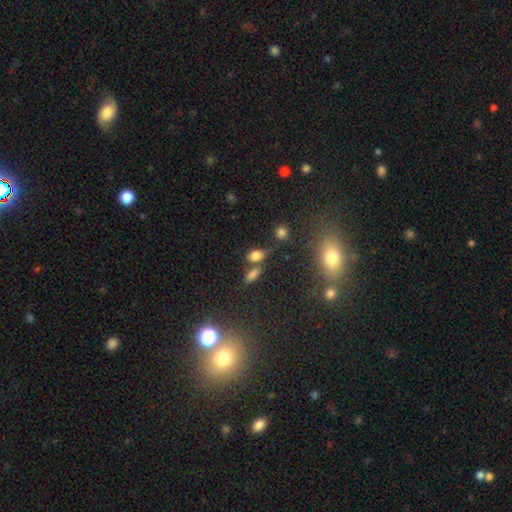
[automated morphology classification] Overall: smooth (76%). How rounded: in between (74%). Merging: none (52%; merger 28%).